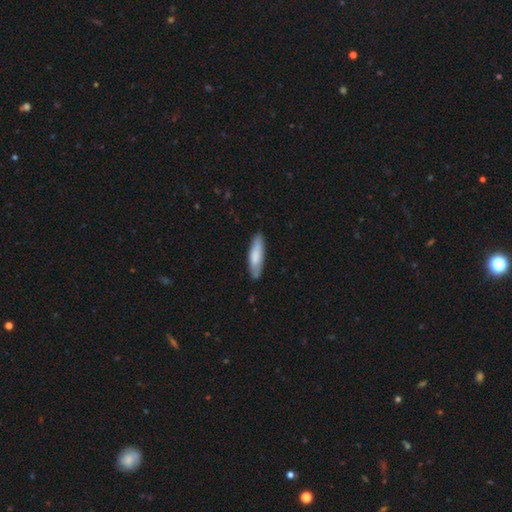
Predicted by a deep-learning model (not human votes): smooth 76%, featured or disk 19%, star or artifact 5%. Down the decision tree: how rounded — cigar-shaped (66%); merging — none (80%).